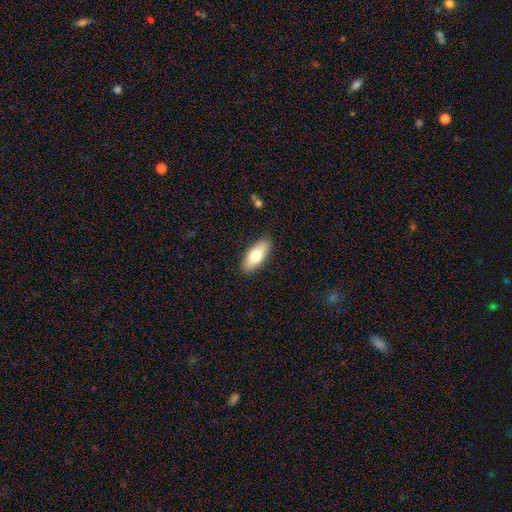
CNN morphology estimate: smooth 71%, featured or disk 23%, star or artifact 6%. Down the decision tree: how rounded — in between (82%); merging — none (88%).